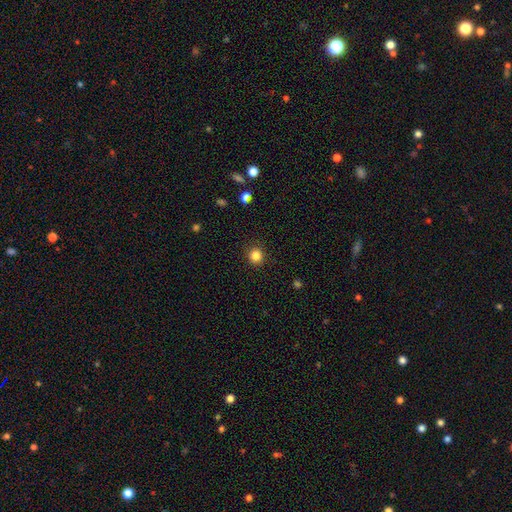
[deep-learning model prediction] A smooth galaxy with no disk features (84%) that is round (92%). Merging: none (91%).